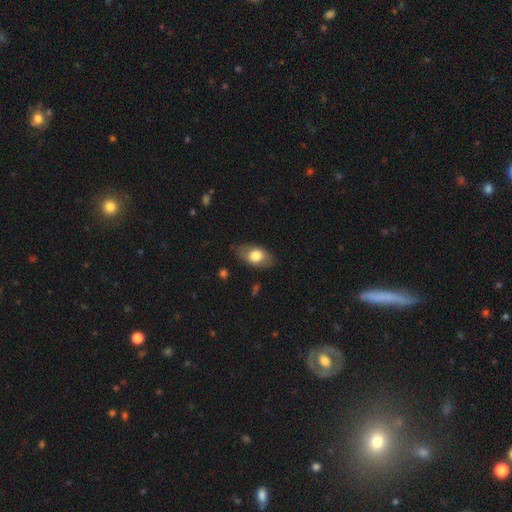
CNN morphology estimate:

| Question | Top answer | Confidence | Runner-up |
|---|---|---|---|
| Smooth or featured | smooth | 73% | featured or disk (21%) |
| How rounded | in between | 89% | round (8%) |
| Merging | none | 78% | minor disturbance (17%) |